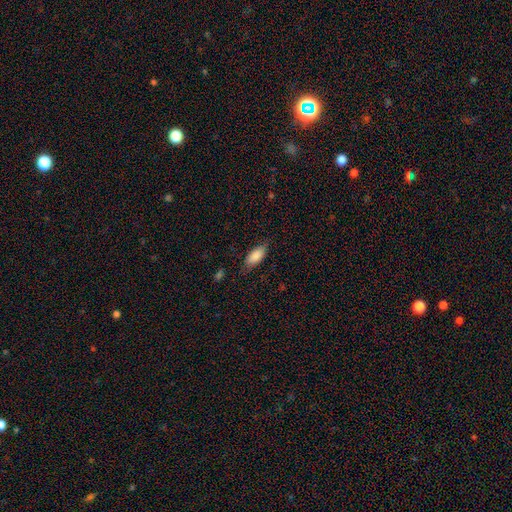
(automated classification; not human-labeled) Smooth or featured: smooth — 84% (featured or disk — 10%)
How rounded: in between — 85% (cigar-shaped — 13%)
Merging: none — 72% (minor disturbance — 21%)